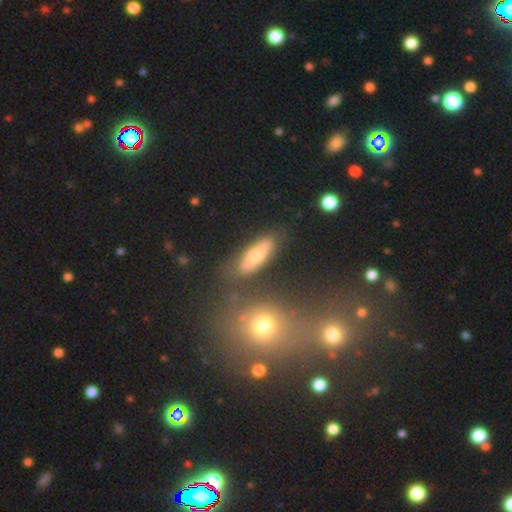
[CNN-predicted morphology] Smooth or featured? smooth (58%)
How rounded? in between (55%)
Merging? none (78%)